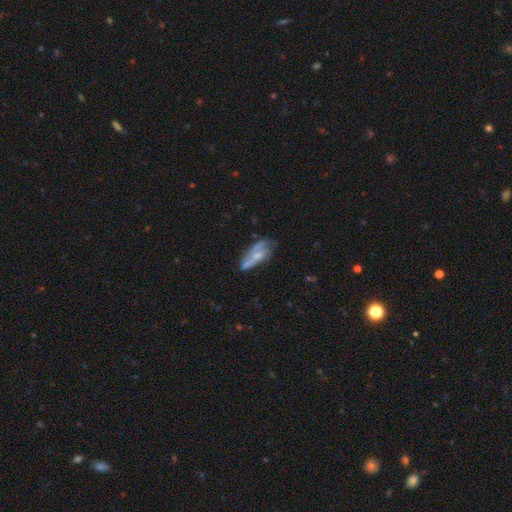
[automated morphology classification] The model was most divided on "merging": none: 45%, minor disturbance: 29%, major disturbance: 19%, merger: 7%. More confident: edge-on disk — no (85%); smooth or featured — featured or disk (57%).